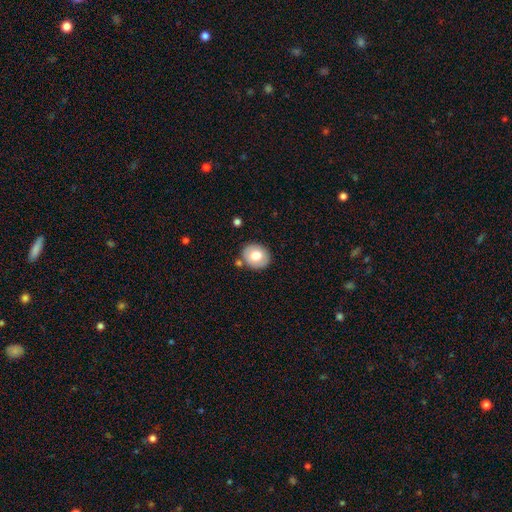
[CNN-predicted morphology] type=smooth (74%); roundness=round (71%); merging=none (82%).